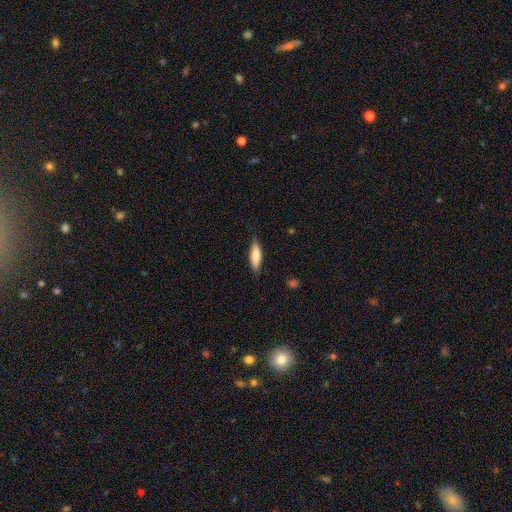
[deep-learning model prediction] Smooth or featured?
  - smooth: 80% *
  - featured or disk: 14%
  - star or artifact: 6%
How rounded?
  - cigar-shaped: 55% *
  - in between: 43%
  - round: 2%
Merging?
  - none: 81% *
  - minor disturbance: 15%
  - major disturbance: 3%
  - merger: 1%